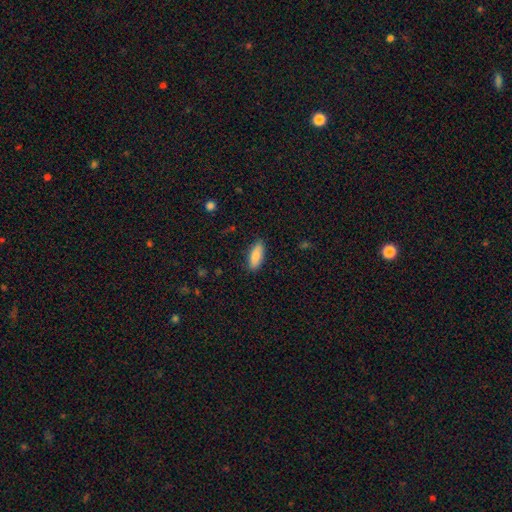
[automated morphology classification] smooth 85%, featured or disk 9%, star or artifact 6%. Down the decision tree: how rounded — in between (78%); merging — none (86%).